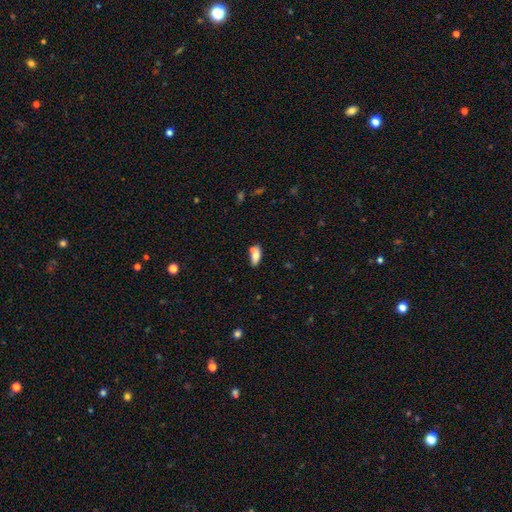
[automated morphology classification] The model was most divided on "merging": none: 49%, merger: 33%, minor disturbance: 14%, major disturbance: 4%. More confident: how rounded — in between (78%); smooth or featured — smooth (73%).